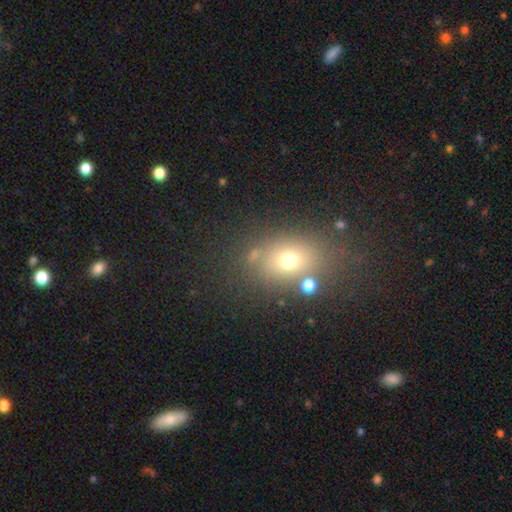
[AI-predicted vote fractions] Smooth or featured: smooth — 66% (star or artifact — 20%)
How rounded: in between — 52% (round — 46%)
Merging: none — 71% (minor disturbance — 13%)